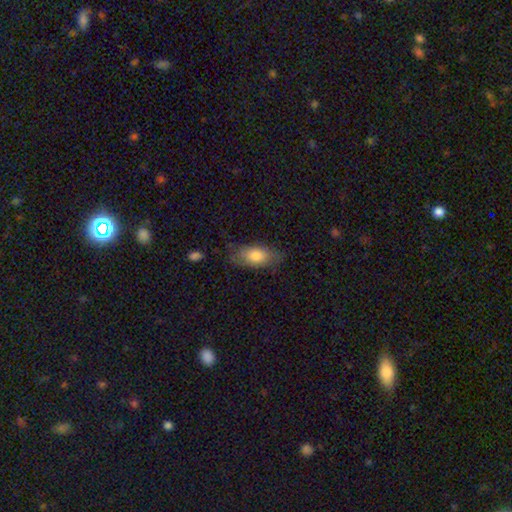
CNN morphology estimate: smooth 77%, featured or disk 16%, star or artifact 6%. Down the decision tree: how rounded — in between (88%); merging — none (72%).